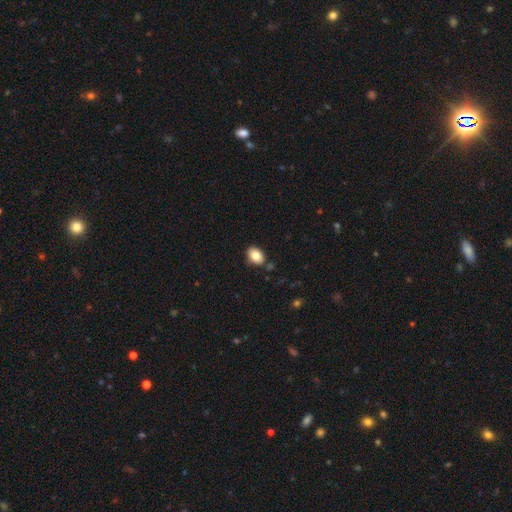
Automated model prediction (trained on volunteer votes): Smooth or featured? Predicted: smooth (p=0.82). How rounded? Predicted: in between (p=0.80). Merging? Predicted: none (p=0.81).